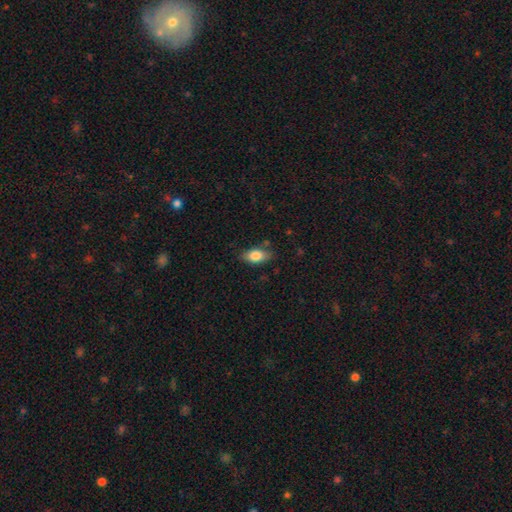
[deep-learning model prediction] Overall: smooth (80%). How rounded: in between (87%). Merging: none (78%).